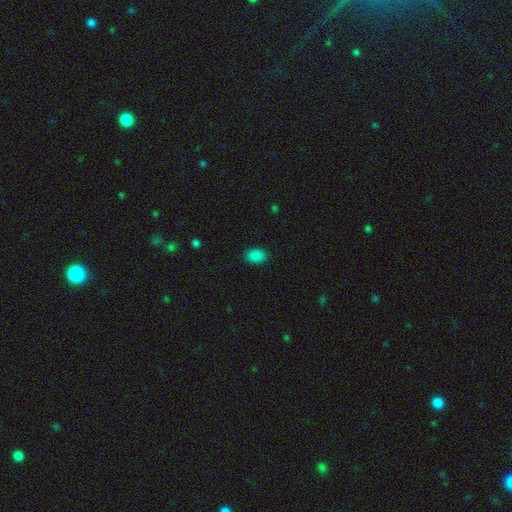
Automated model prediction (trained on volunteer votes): smooth_or_featured: smooth (p=0.86) [alt: star or artifact p=0.11]
how_rounded: in between (p=0.81) [alt: round p=0.18]
merging: none (p=0.87) [alt: minor disturbance p=0.10]